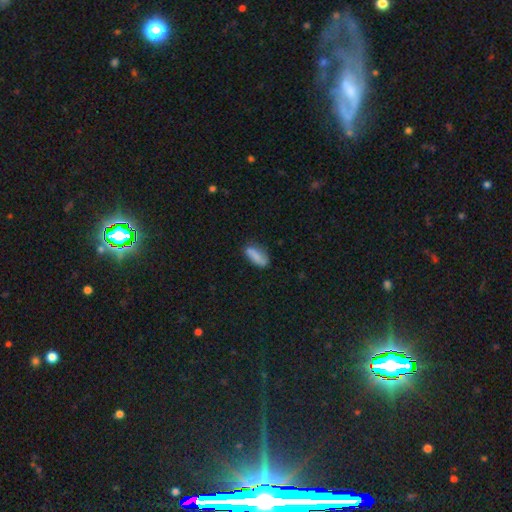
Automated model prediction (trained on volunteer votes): This is likely a smooth galaxy (80%). How rounded: likely in between (72%). Merging: likely none (65%).